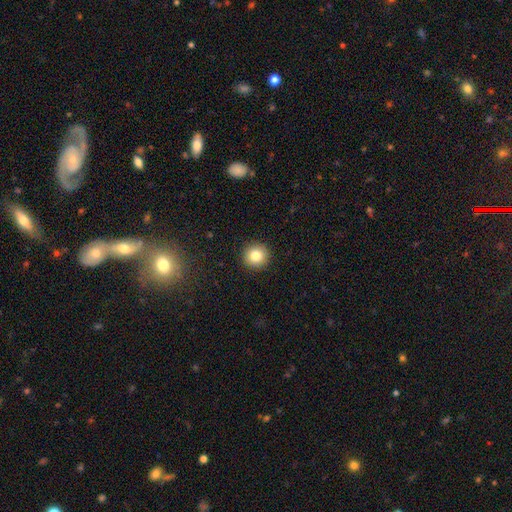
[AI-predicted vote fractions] smooth 82%, star or artifact 10%, featured or disk 7%. Down the decision tree: how rounded — round (94%); merging — none (92%).